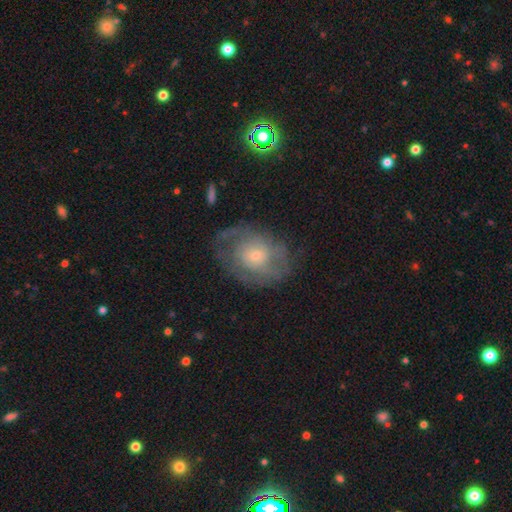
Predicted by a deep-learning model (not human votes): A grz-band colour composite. It shows a featured or disk galaxy (61%) with no bar (75%), spiral arms (72%) and a small central bulge (61%). Merging: none (59%).